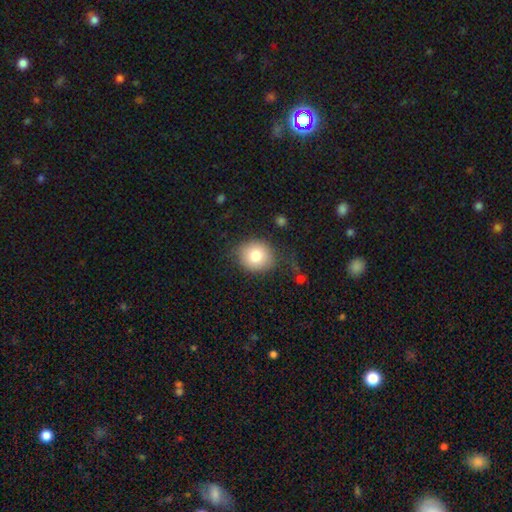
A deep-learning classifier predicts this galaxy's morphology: Q: Smooth or featured?
A: smooth (81%); runner-up: featured or disk (10%)
Q: How rounded?
A: round (80%); runner-up: in between (19%)
Q: Merging?
A: none (78%); runner-up: minor disturbance (15%)